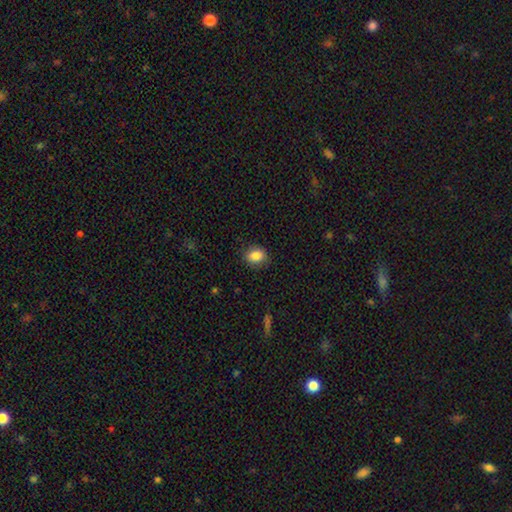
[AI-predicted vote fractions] Smooth or featured? smooth (86%)
How rounded? in between (56%)
Merging? none (86%)